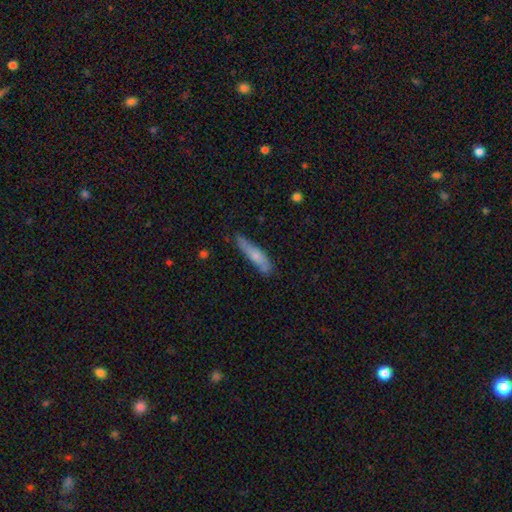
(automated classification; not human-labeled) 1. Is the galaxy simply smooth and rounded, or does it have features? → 69% smooth, 25% featured or disk, 6% star or artifact.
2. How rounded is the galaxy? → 83% cigar-shaped, 15% in between, 2% round.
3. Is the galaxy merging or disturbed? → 67% none, 26% minor disturbance, 5% major disturbance, 3% merger.